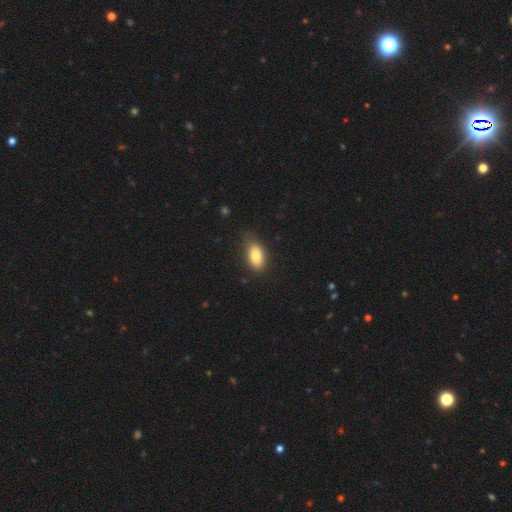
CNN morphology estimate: Smooth or featured? Predicted: smooth (p=0.83). How rounded? Predicted: in between (p=0.89). Merging? Predicted: none (p=0.73).